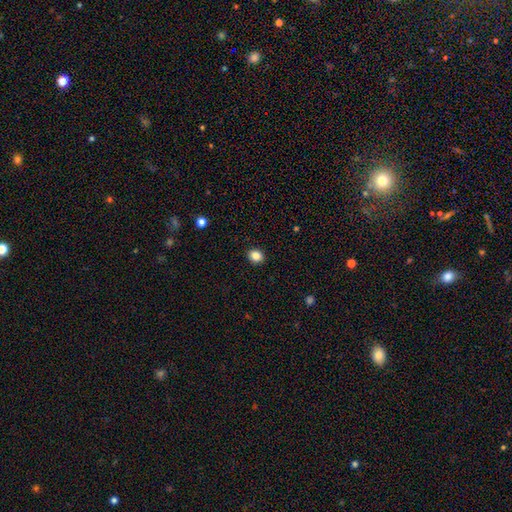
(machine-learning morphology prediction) This is clearly a smooth galaxy (85%). How rounded: likely round (65%). Merging: clearly none (91%).